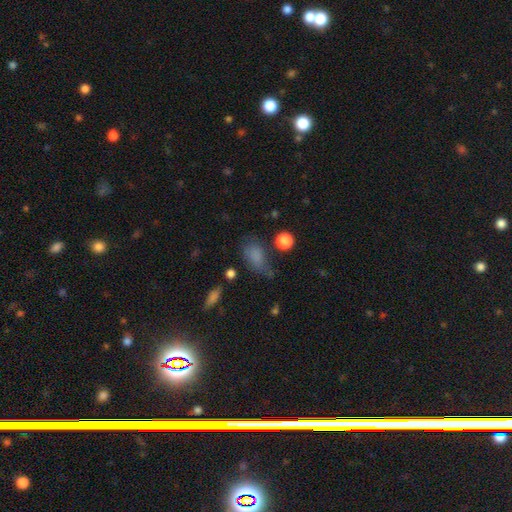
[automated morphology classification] This appears to be a smooth galaxy with no disk features (77%) that is in between round and cigar-shaped (82%). Merging: none (44%).